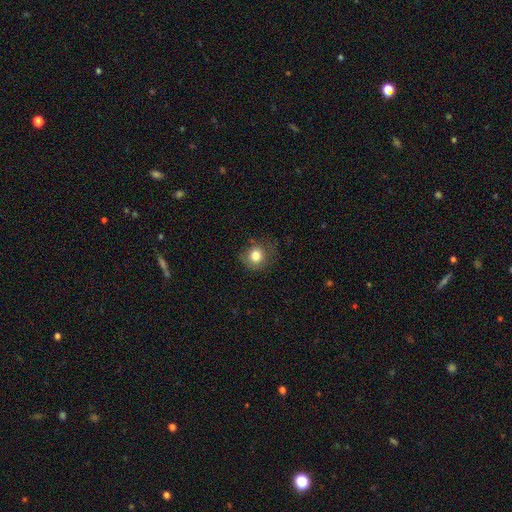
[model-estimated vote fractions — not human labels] Morphology: type=smooth (81%); roundness=round (83%); merging=none (70%).